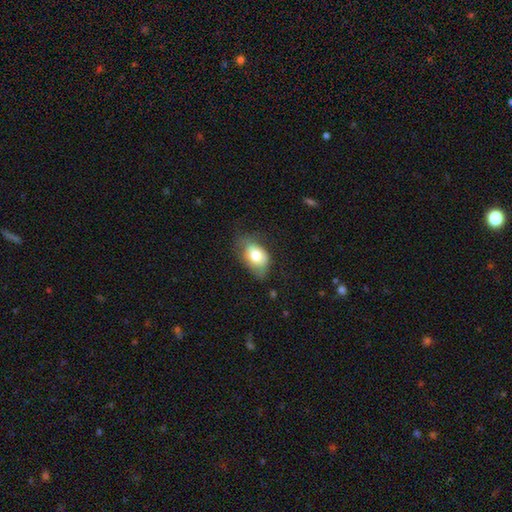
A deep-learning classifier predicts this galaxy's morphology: Overall: smooth (74%). How rounded: in between (87%). Merging: none (48%; minor disturbance 35%).